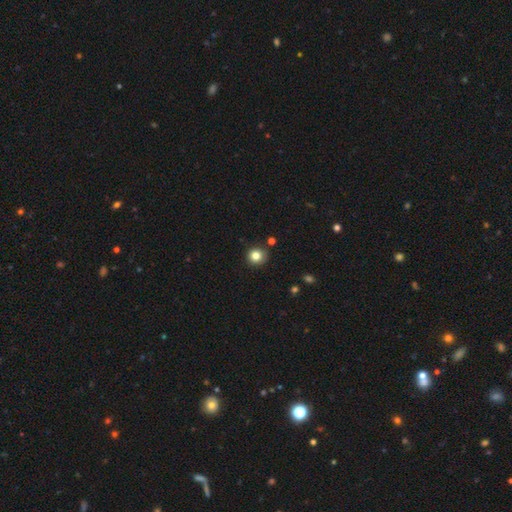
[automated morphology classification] Smooth or featured? Predicted: smooth (p=0.82). How rounded? Predicted: round (p=0.91). Merging? Predicted: none (p=0.88).